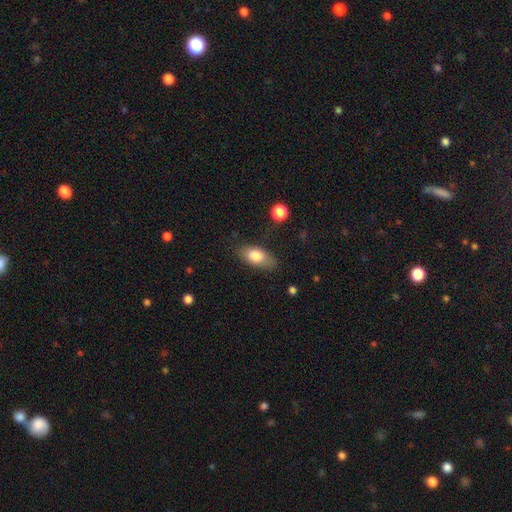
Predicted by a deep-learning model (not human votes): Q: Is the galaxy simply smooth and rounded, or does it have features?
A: smooth — 79%.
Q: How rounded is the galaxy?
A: in between — 86%.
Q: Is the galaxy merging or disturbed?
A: none — 79%.